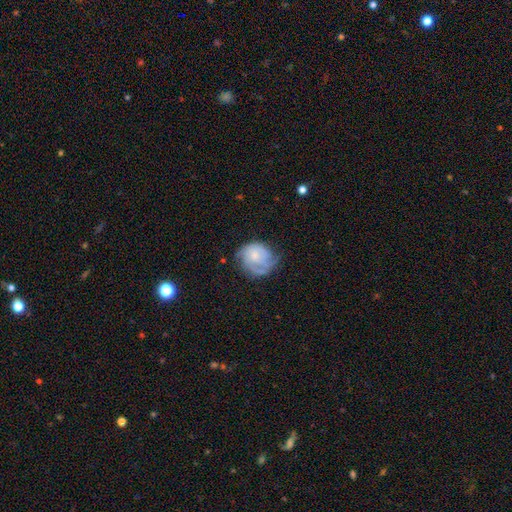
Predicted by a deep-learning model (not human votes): This is likely a featured or disk galaxy (64%). It is clearly not viewed edge-on (98%). Bar: likely no (74%). Spiral arm pattern: clearly yes (85%). Spiral arm count: marginally can't tell (34%). Spiral winding: possibly tight (53%). Central bulge: possibly small (48%). Merging: possibly none (51%).